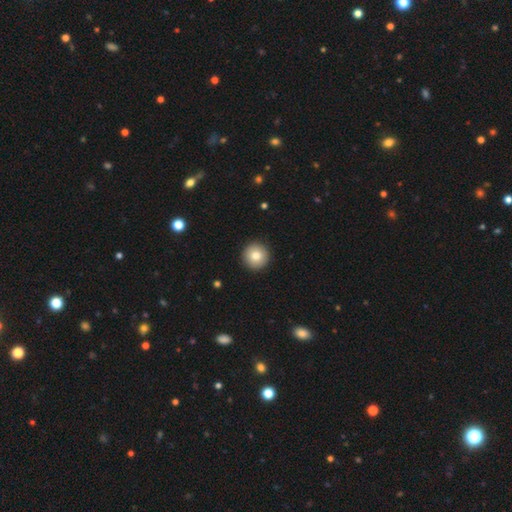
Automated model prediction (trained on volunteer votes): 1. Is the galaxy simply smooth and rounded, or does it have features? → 81% smooth, 10% featured or disk, 9% star or artifact.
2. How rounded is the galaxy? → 96% round, 3% in between, 1% cigar-shaped.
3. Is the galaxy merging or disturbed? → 93% none, 5% minor disturbance, 1% major disturbance, 1% merger.